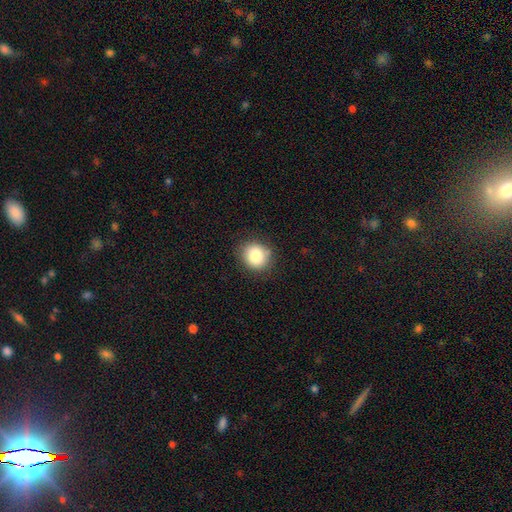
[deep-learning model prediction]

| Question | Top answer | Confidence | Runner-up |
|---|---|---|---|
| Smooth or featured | smooth | 83% | star or artifact (10%) |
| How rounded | round | 79% | in between (20%) |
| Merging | none | 84% | minor disturbance (11%) |